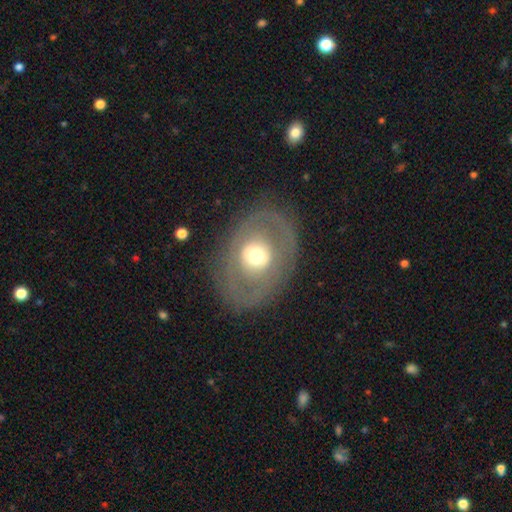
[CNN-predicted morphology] type=featured or disk (56%); edge-on=no (92%); bar=no (76%); spiral arms=no (80%); bulge=moderate (63%); merging=none (80%).